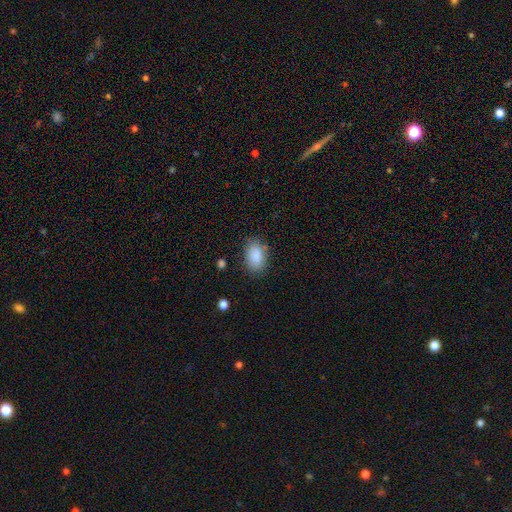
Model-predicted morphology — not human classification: Smooth or featured? smooth (88%)
How rounded? in between (89%)
Merging? none (78%)